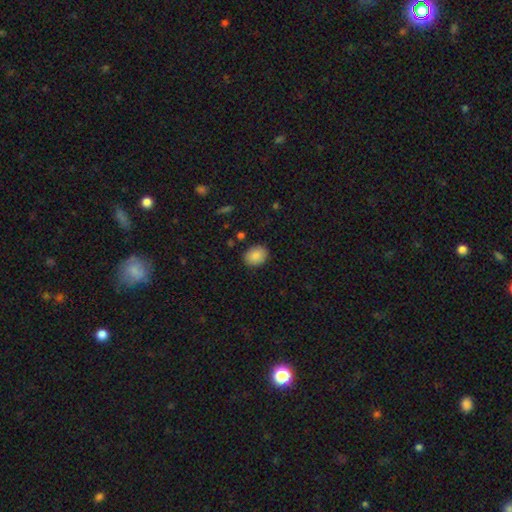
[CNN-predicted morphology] This appears to be a smooth galaxy with no disk features (87%) that is in between round and cigar-shaped (57%). Merging: none (88%).